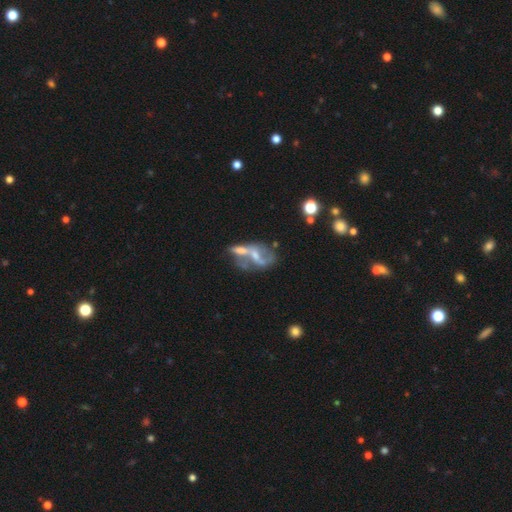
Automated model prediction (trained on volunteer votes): The model was most divided on "bulge size": moderate: 35%, small: 33%, none: 26%, large: 5%, dominant: 2%. Remaining: edge-on disk — no (93%); smooth or featured — featured or disk (65%); spiral arms — no (54%); bar — no (51%); merging — merger (46%).